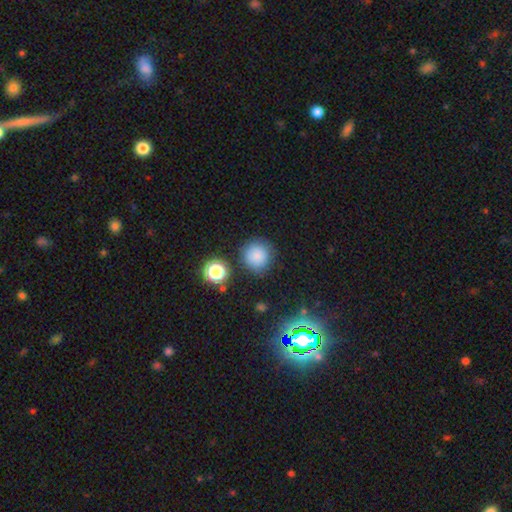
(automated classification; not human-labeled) Morphology: type=smooth (81%); roundness=round (93%); merging=none (82%).